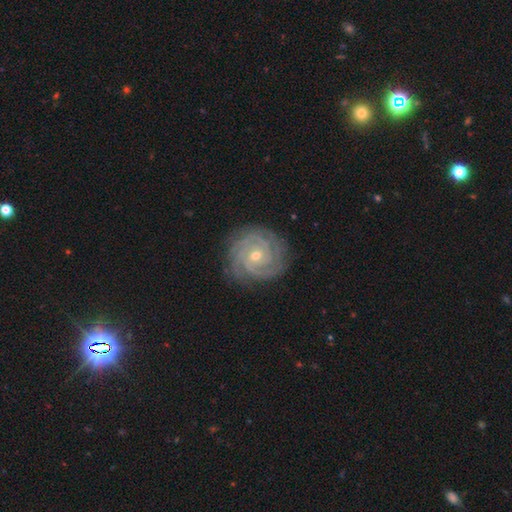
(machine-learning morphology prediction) This appears to be a featured or disk galaxy (91%) with no bar (70%), 3 (31%) tight (86%) spiral arms (99%) and a small central bulge (58%). Merging: none (85%).